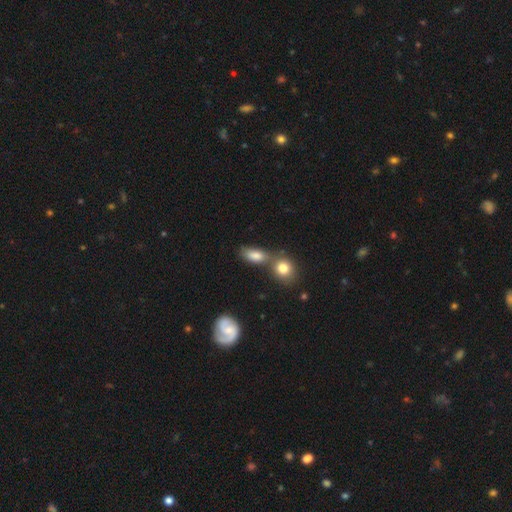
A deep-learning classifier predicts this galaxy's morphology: Smooth or featured?
  - smooth: 79% *
  - featured or disk: 11%
  - star or artifact: 10%
How rounded?
  - in between: 79% *
  - round: 14%
  - cigar-shaped: 7%
Merging?
  - none: 42% *
  - merger: 40%
  - minor disturbance: 13%
  - major disturbance: 5%